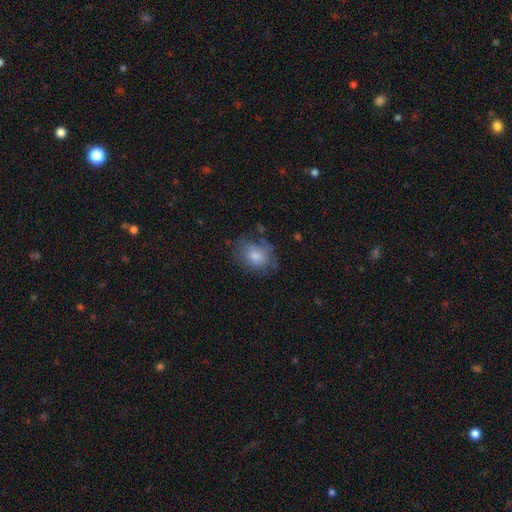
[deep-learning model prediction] Smooth or featured? smooth (68%)
How rounded? in between (57%)
Merging? none (50%)